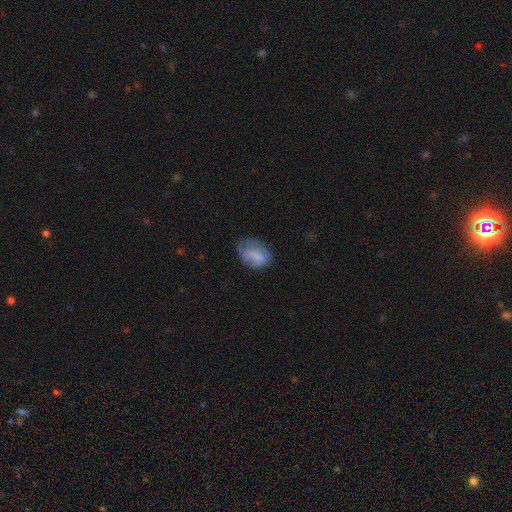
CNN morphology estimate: Overall: smooth (69%). How rounded: in between (79%). Merging: none (42%; minor disturbance 34%).